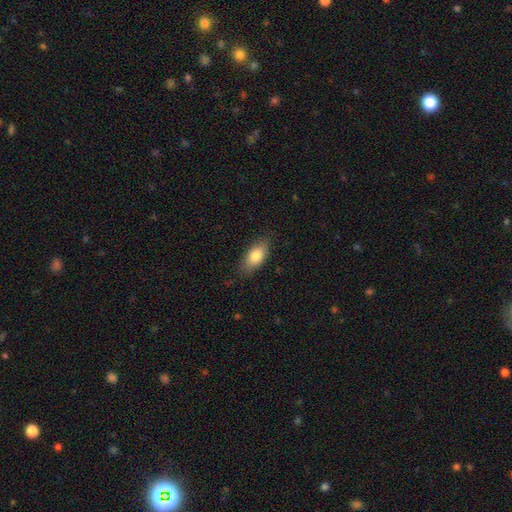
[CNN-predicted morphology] This appears to be a smooth galaxy with no disk features (80%) that is in between round and cigar-shaped (88%). Merging: none (82%).